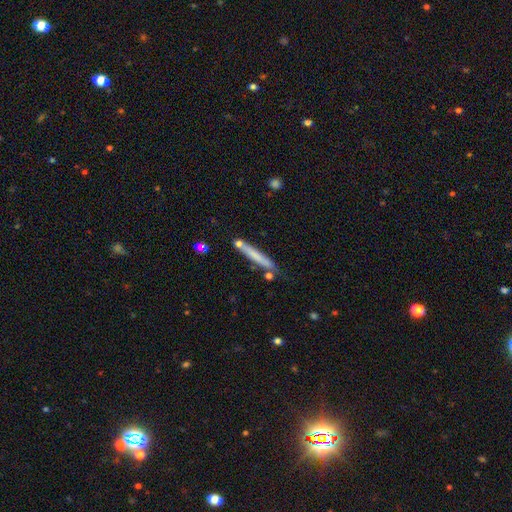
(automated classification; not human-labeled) The model was most divided on "smooth or featured": smooth: 64%, featured or disk: 29%, star or artifact: 6%. More confident: how rounded — cigar-shaped (95%); merging — none (74%).